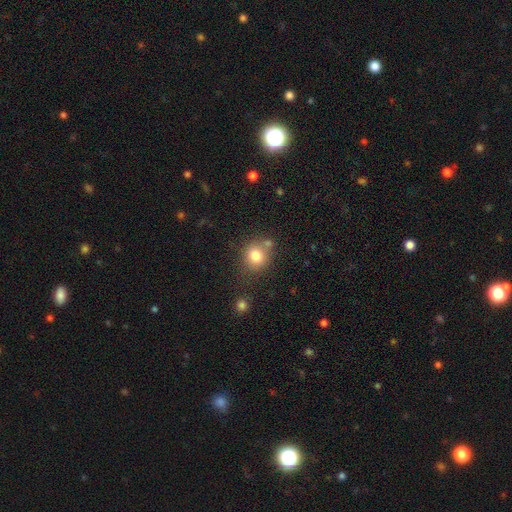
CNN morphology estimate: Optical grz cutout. It shows a smooth galaxy with no disk features (79%) that is round (80%). Merging: none (66%).